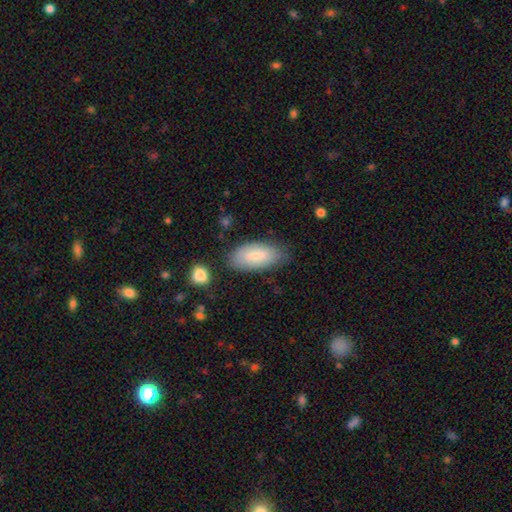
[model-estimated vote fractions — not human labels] Smooth or featured? Predicted: smooth (p=0.78). How rounded? Predicted: in between (p=0.90). Merging? Predicted: none (p=0.76).